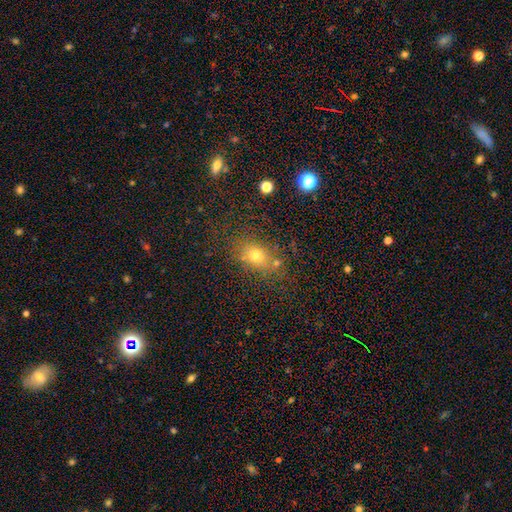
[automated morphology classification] smooth_or_featured: smooth (p=0.71) [alt: star or artifact p=0.17]
how_rounded: in between (p=0.58) [alt: round p=0.40]
merging: none (p=0.73) [alt: minor disturbance p=0.14]